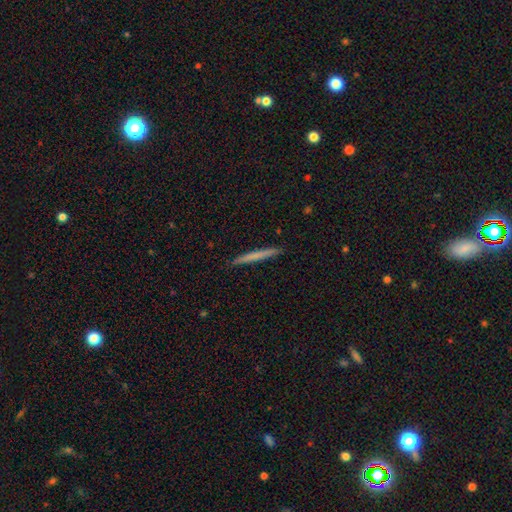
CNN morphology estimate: A smooth galaxy with no disk features (65%) that is cigar-shaped (97%). Merging: none (92%).